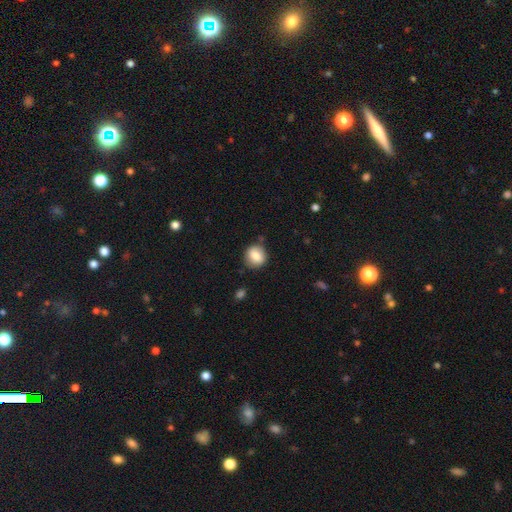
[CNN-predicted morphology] smooth-or-featured: smooth: 78% | featured or disk: 14% | star or artifact: 8%
  how-rounded: round: 80% | in between: 19% | cigar-shaped: 1%
  merging: none: 80% | minor disturbance: 13% | major disturbance: 4% | merger: 3%